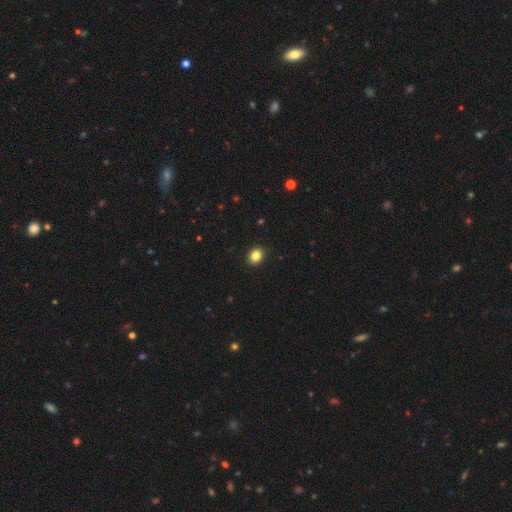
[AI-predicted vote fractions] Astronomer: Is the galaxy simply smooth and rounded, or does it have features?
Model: smooth — 85%.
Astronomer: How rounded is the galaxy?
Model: round — 53% (runner-up: in between, 46%).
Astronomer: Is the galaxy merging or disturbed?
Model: none — 91%.